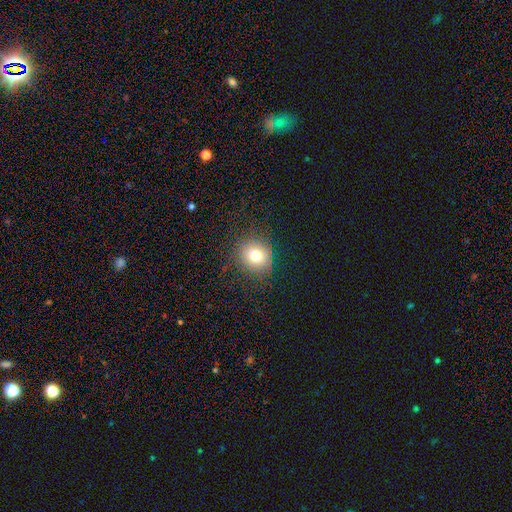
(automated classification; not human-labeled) This is likely a smooth galaxy (76%). How rounded: clearly round (85%). Merging: clearly none (86%).